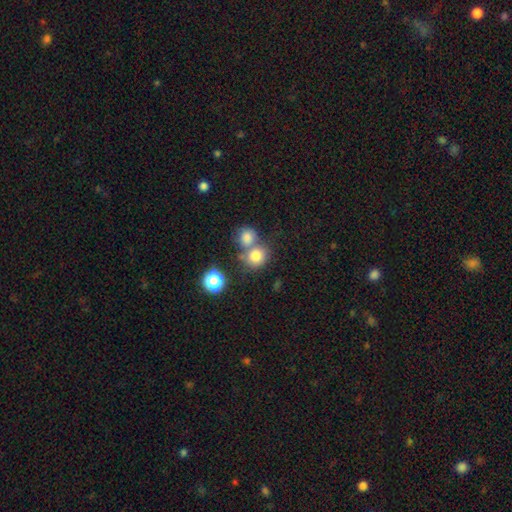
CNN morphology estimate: smooth_or_featured: smooth (p=0.77) [alt: star or artifact p=0.13]
how_rounded: round (p=0.82) [alt: in between p=0.17]
merging: none (p=0.48) [alt: merger p=0.40]